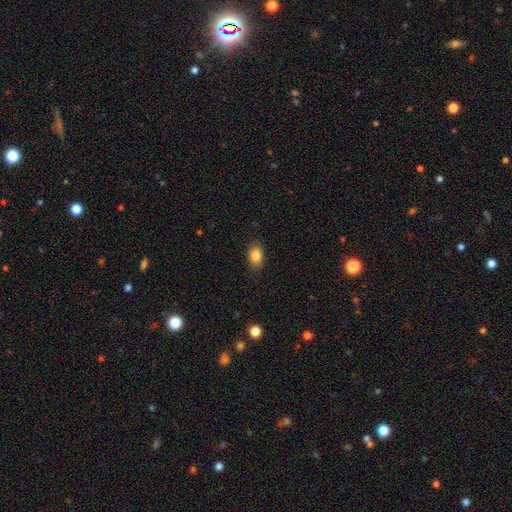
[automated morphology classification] Smooth or featured? smooth (84%)
How rounded? in between (81%)
Merging? none (87%)